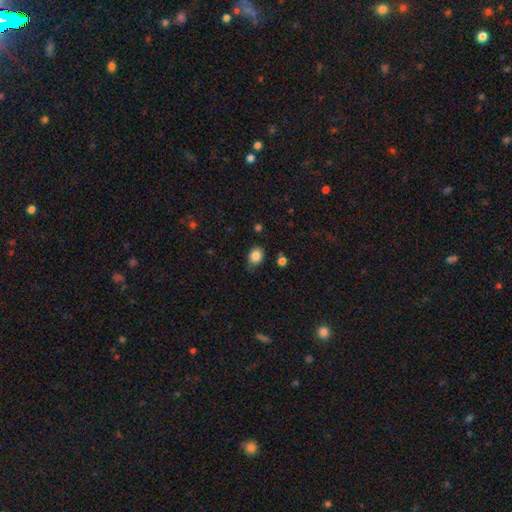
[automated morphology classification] Smooth or featured: smooth — 84% (star or artifact — 10%)
How rounded: round — 52% (in between — 47%)
Merging: none — 66% (minor disturbance — 26%)